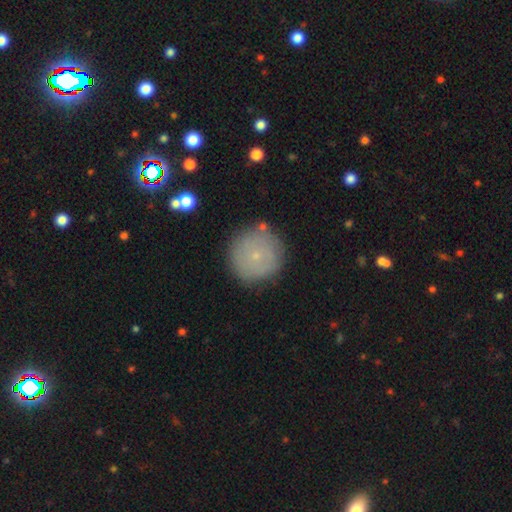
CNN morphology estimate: type=smooth (69%); roundness=round (96%); merging=none (86%).